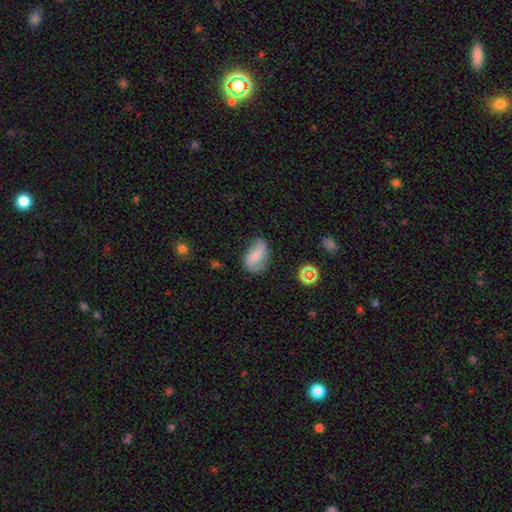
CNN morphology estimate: A smooth galaxy with no disk features (47%).

Vote fractions:
- Smooth or featured? smooth: 47% / featured or disk: 43% / star or artifact: 9%
- Merging? none: 60% / minor disturbance: 29% / major disturbance: 9% / merger: 2%